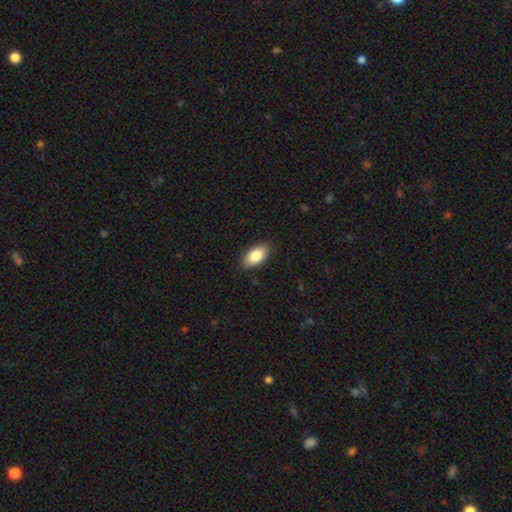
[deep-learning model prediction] Smooth or featured? smooth (85%)
How rounded? in between (93%)
Merging? none (86%)